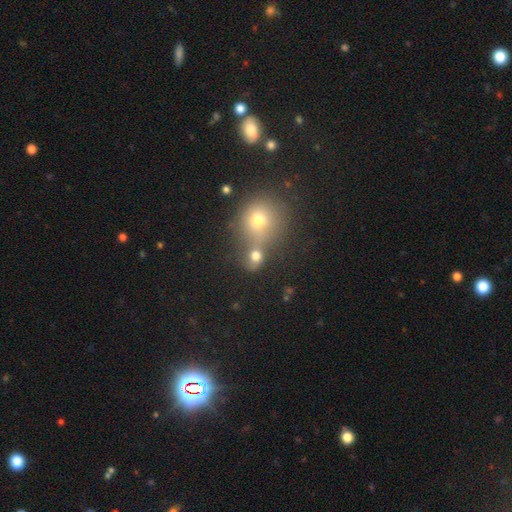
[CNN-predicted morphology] Smooth or featured? Predicted: smooth (p=0.71). How rounded? Predicted: round (p=0.70). Merging? Predicted: merger (p=0.45).